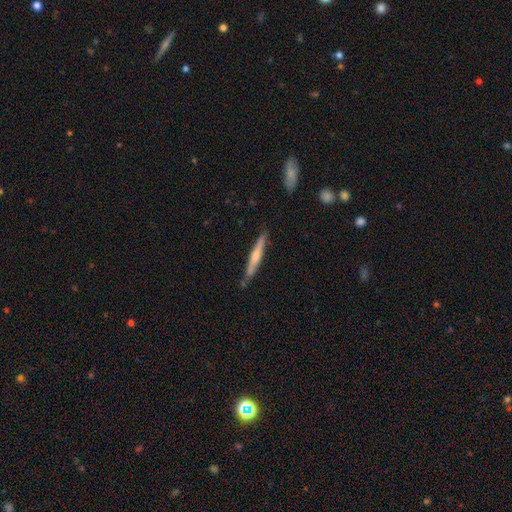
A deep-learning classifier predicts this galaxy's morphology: Q: Smooth or featured?
A: smooth (51%); runner-up: featured or disk (44%)
Q: How rounded?
A: cigar-shaped (95%); runner-up: in between (4%)
Q: Merging?
A: none (83%); runner-up: minor disturbance (13%)